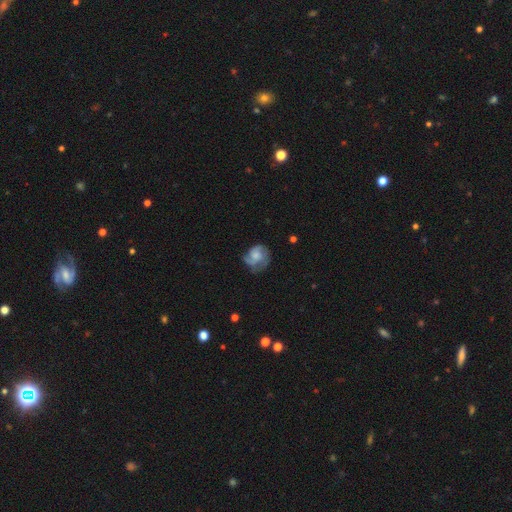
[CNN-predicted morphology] A featured or disk galaxy (62%) with no bar (71%), 3 (40%) medium (45%) spiral arms (88%) and a moderate central bulge (36%).

Vote fractions:
- Smooth or featured? featured or disk: 62% / smooth: 30% / star or artifact: 8%
- Edge-on disk? no: 98% / yes: 2%
- Bar? no: 71% / weak: 25% / strong: 4%
- Spiral arms? yes: 88% / no: 12%
- Spiral winding? medium: 45% / tight: 36% / loose: 20%
- Spiral arm count? 3: 40% / 2: 26% / can't tell: 19% / 4: 6% / 1: 6% / more than 4: 3%
- Bulge size? moderate: 36% / small: 25% / none: 20% / large: 16% / dominant: 2%
- Merging? none: 60% / minor disturbance: 23% / major disturbance: 15% / merger: 2%